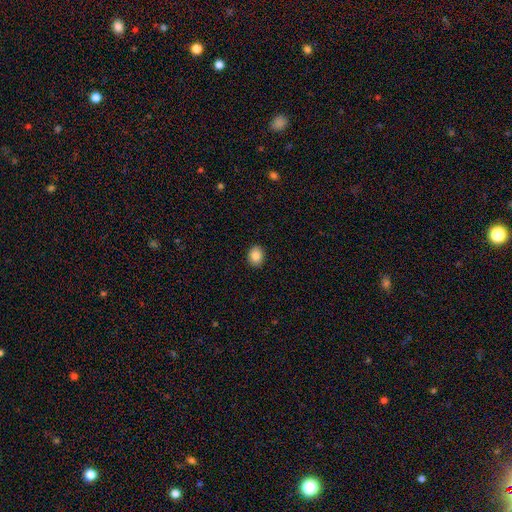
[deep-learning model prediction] A smooth galaxy with no disk features (87%) that is in between round and cigar-shaped (52%).

Vote fractions:
- Smooth or featured? smooth: 87% / star or artifact: 9% / featured or disk: 4%
- How rounded? in between: 52% / round: 47% / cigar-shaped: 1%
- Merging? none: 90% / minor disturbance: 7% / major disturbance: 2% / merger: 1%